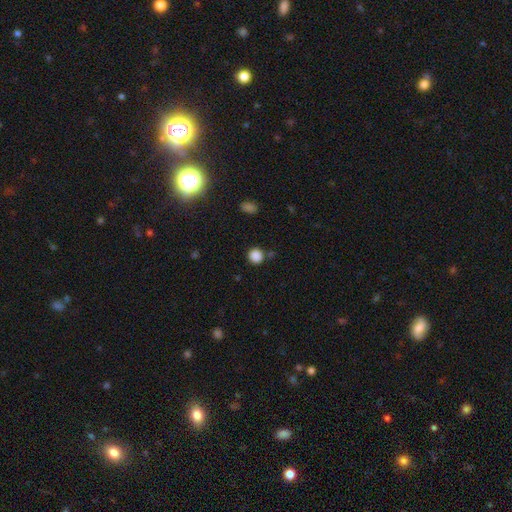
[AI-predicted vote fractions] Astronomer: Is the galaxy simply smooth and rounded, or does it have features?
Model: smooth — 85%.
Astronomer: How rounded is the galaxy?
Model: round — 90%.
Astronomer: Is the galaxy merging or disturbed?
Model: none — 80%.